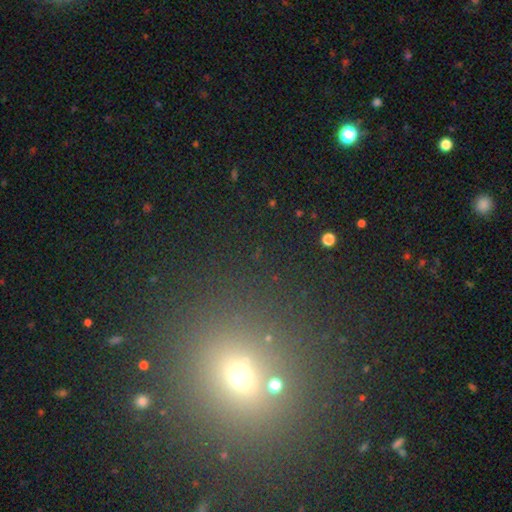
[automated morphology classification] star or artifact 55%, smooth 36%, featured or disk 9%.